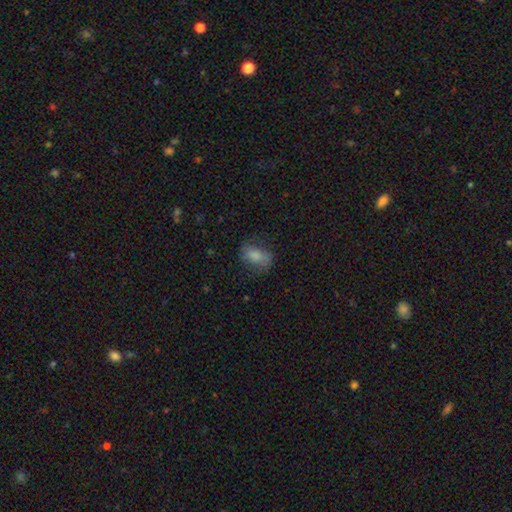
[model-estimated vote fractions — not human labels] This is likely a smooth galaxy (73%). How rounded: clearly in between (84%). Merging: likely none (63%).